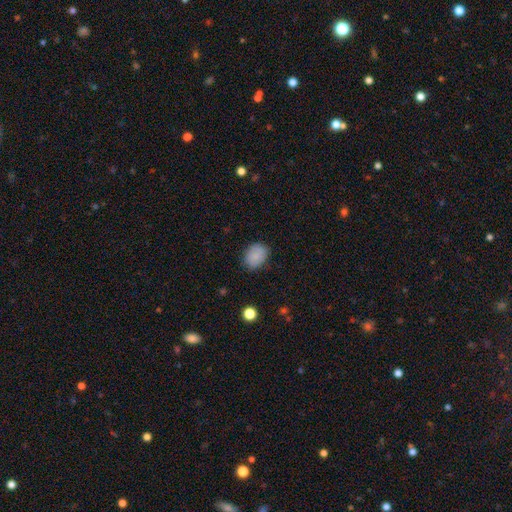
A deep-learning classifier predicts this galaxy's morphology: Smooth or featured? Predicted: smooth (p=0.84). How rounded? Predicted: in between (p=0.63). Merging? Predicted: none (p=0.81).